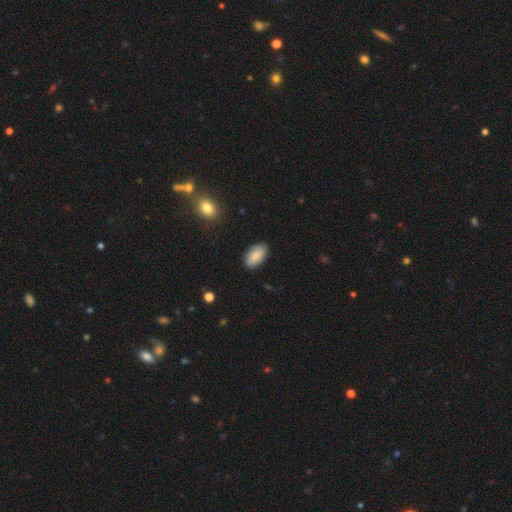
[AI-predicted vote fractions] smooth 87%, featured or disk 7%, star or artifact 6%. Down the decision tree: how rounded — in between (94%); merging — none (85%).